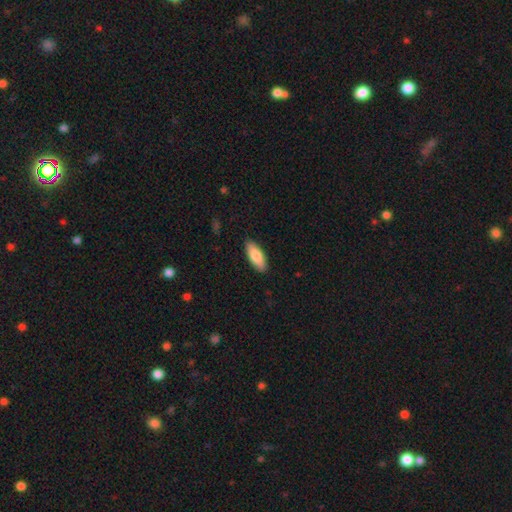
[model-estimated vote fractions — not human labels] Smooth or featured?
  - smooth: 84% *
  - featured or disk: 11%
  - star or artifact: 5%
How rounded?
  - in between: 76% *
  - cigar-shaped: 22%
  - round: 2%
Merging?
  - none: 88% *
  - minor disturbance: 9%
  - major disturbance: 2%
  - merger: 1%